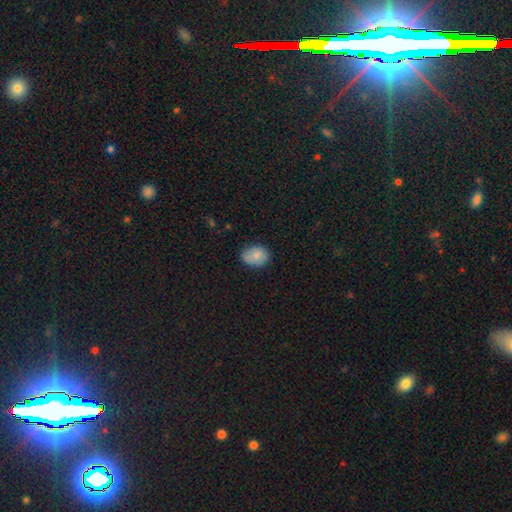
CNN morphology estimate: Overall: smooth (79%). How rounded: in between (55%; round 44%). Merging: none (73%).